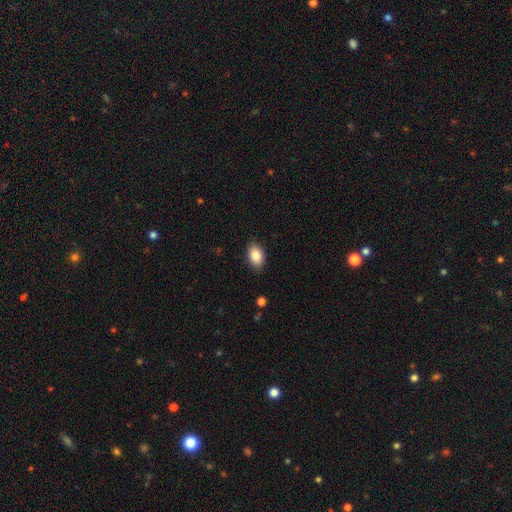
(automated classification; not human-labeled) This appears to be a smooth galaxy with no disk features (86%) that is in between round and cigar-shaped (88%). Merging: none (87%).